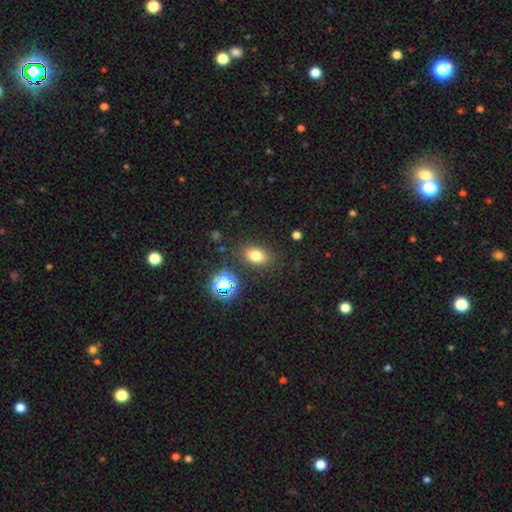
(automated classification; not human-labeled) Smooth or featured? Predicted: smooth (p=0.75). How rounded? Predicted: in between (p=0.79). Merging? Predicted: none (p=0.83).